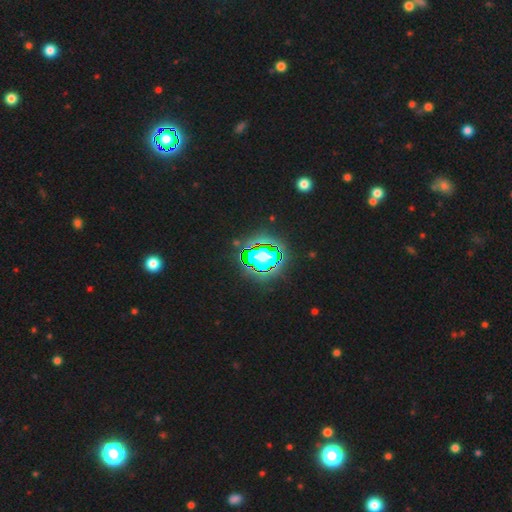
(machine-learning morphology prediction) This appears to be a star or artifact, not a galaxy (83%).